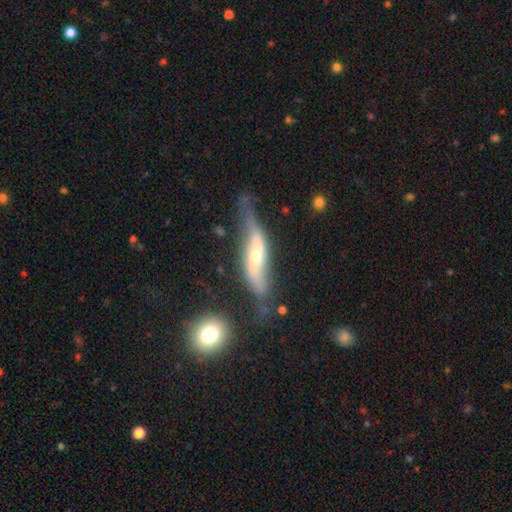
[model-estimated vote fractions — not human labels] Smooth or featured: featured or disk — 72% (smooth — 21%)
Edge-on disk: no — 61% (yes — 39%)
Merging: none — 40% (minor disturbance — 32%)